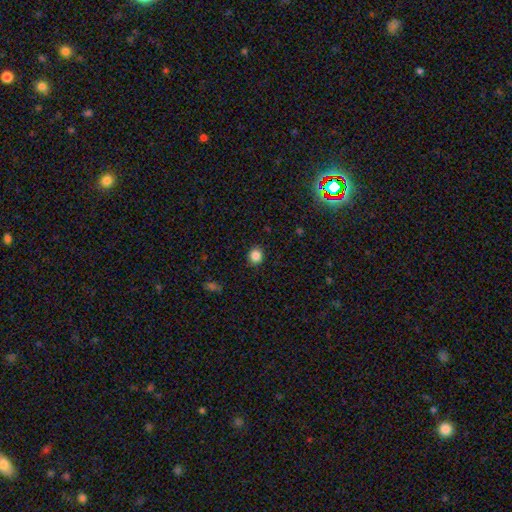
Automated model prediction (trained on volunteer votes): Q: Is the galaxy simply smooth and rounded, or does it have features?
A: smooth — 85%.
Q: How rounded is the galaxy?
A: round — 79%.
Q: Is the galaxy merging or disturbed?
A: none — 90%.